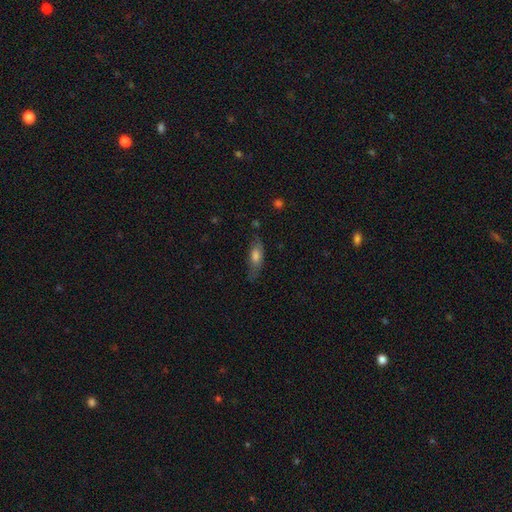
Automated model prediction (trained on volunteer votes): Smooth or featured? Predicted: smooth (p=0.66). How rounded? Predicted: in between (p=0.66). Merging? Predicted: none (p=0.61).